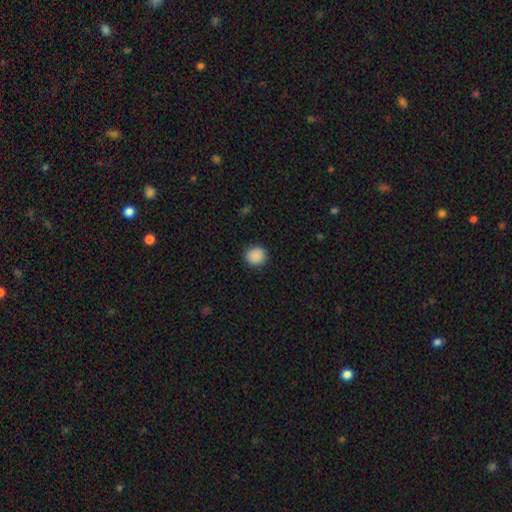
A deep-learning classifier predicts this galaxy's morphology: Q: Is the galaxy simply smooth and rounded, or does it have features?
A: smooth — 89%.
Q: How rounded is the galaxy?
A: round — 90%.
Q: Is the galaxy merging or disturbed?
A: none — 91%.